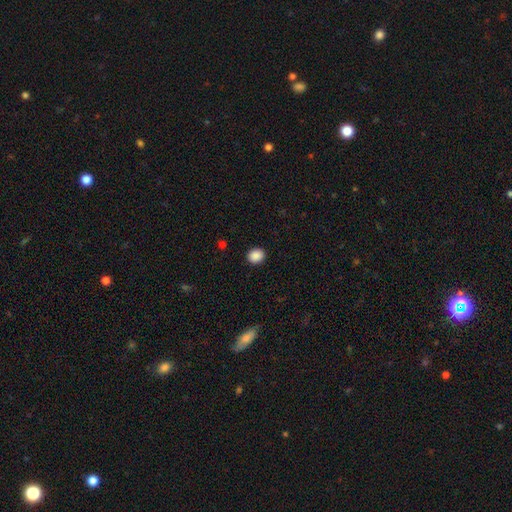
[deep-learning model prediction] The model was most divided on "how rounded": round: 70%, in between: 29%, cigar-shaped: 1%. More confident: merging — none (92%); smooth or featured — smooth (89%).